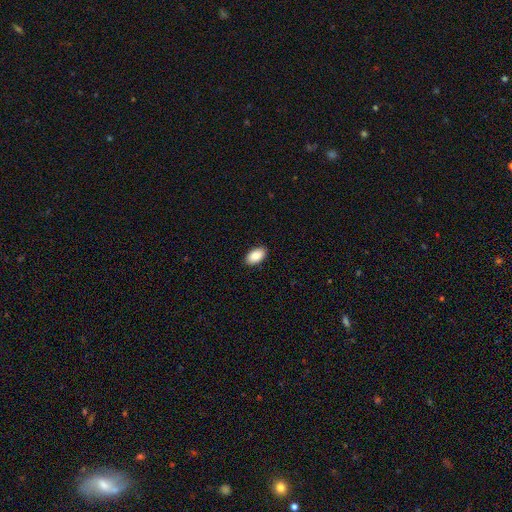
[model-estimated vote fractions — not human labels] Smooth or featured: smooth — 86% (featured or disk — 7%)
How rounded: in between — 94% (round — 4%)
Merging: none — 90% (minor disturbance — 7%)